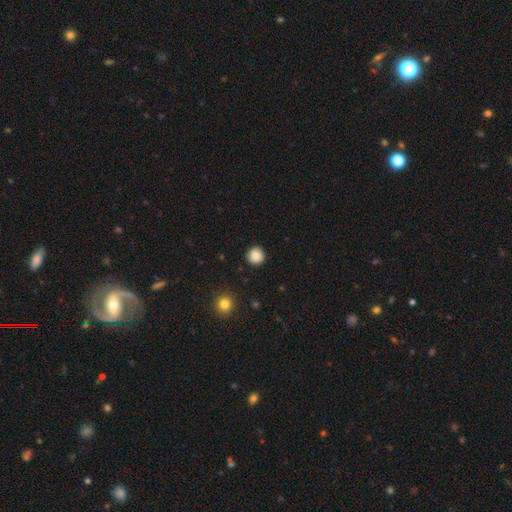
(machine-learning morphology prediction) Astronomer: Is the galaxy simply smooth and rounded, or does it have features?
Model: smooth — 87%.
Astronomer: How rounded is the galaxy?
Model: round — 95%.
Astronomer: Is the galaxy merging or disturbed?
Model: none — 92%.